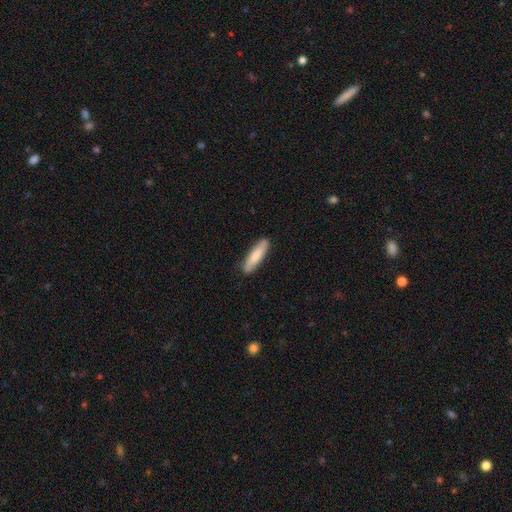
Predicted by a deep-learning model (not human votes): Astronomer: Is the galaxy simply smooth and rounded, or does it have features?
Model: smooth — 79%.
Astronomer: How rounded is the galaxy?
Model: cigar-shaped — 77%.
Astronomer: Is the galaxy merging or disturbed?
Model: none — 88%.